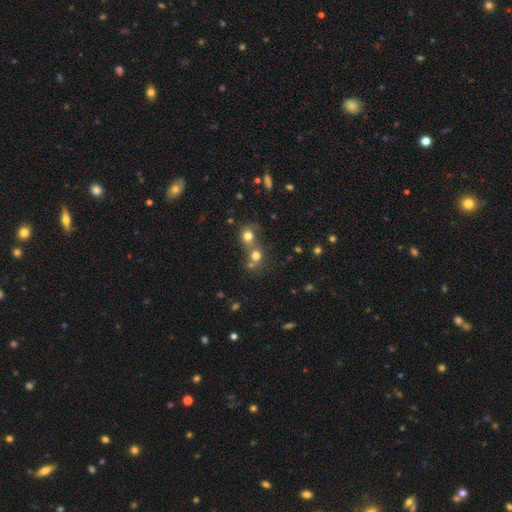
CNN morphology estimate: A smooth galaxy with no disk features (72%) that is round (81%).

Vote fractions:
- Smooth or featured? smooth: 72% / star or artifact: 16% / featured or disk: 11%
- How rounded? round: 81% / in between: 18% / cigar-shaped: 1%
- Merging? merger: 54% / none: 37% / minor disturbance: 6% / major disturbance: 4%